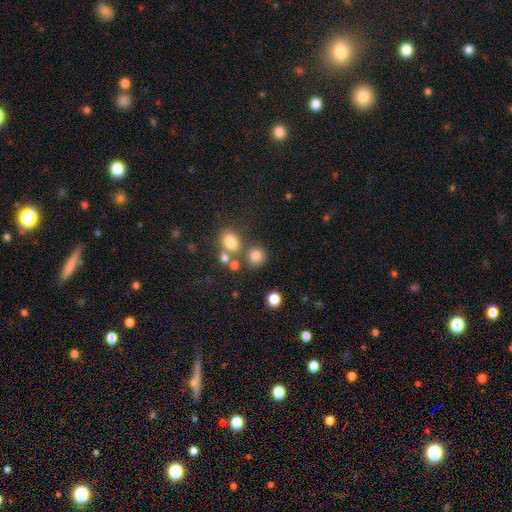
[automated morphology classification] This appears to be a smooth galaxy with no disk features (79%) that is round (80%). Merging: none (63%).